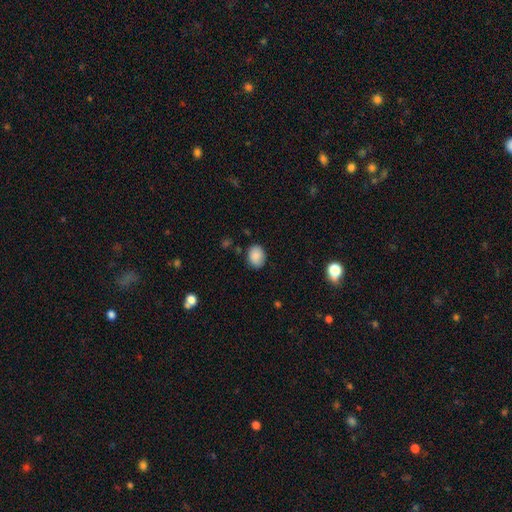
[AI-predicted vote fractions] The model was most divided on "how rounded": in between: 64%, round: 35%, cigar-shaped: 1%. More confident: smooth or featured — smooth (88%); merging — none (83%).